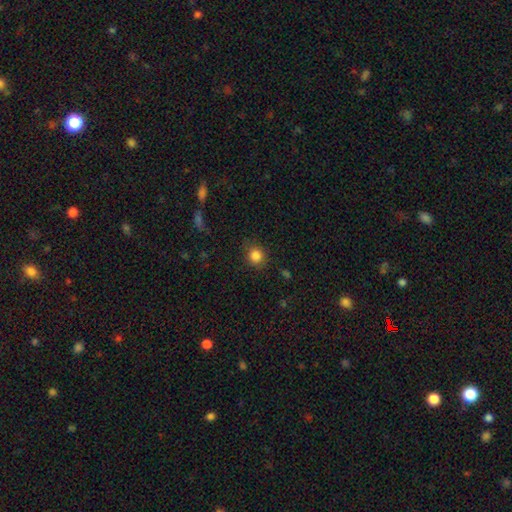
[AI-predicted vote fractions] The model was most divided on "how rounded": round: 84%, in between: 15%, cigar-shaped: 1%. More confident: smooth or featured — smooth (85%); merging — none (83%).